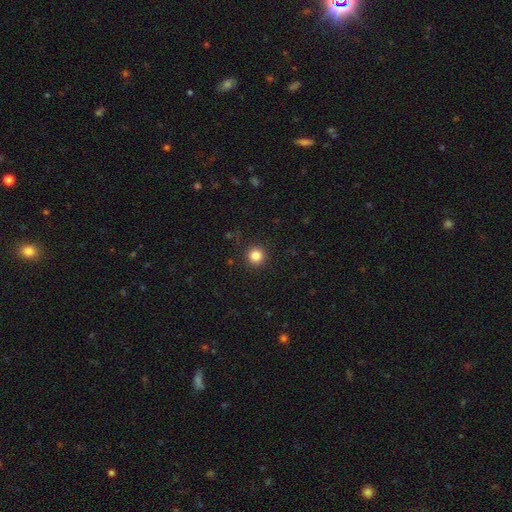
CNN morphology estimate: Smooth or featured: smooth — 84% (star or artifact — 12%)
How rounded: round — 95% (in between — 4%)
Merging: none — 92% (minor disturbance — 5%)